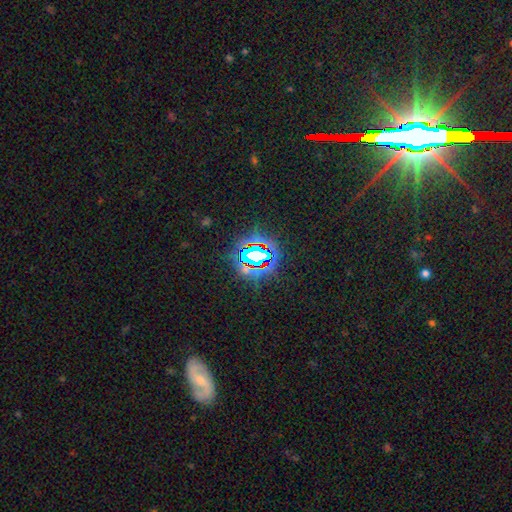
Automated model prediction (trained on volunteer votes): star or artifact 74%, smooth 14%, featured or disk 11%.